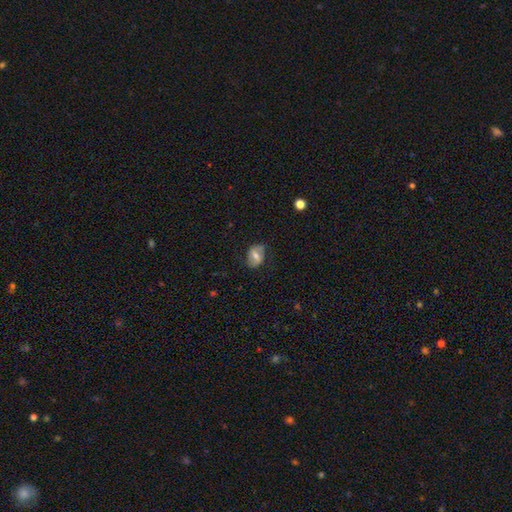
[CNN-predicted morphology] This is possibly a smooth galaxy (50%). Merging: likely none (72%).